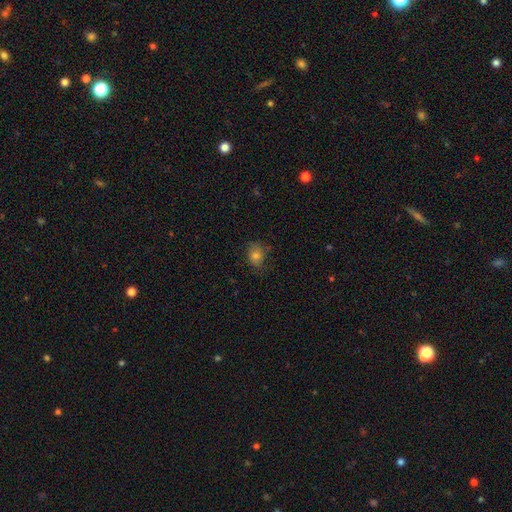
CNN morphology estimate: Smooth or featured? smooth (79%)
How rounded? in between (51%)
Merging? none (69%)